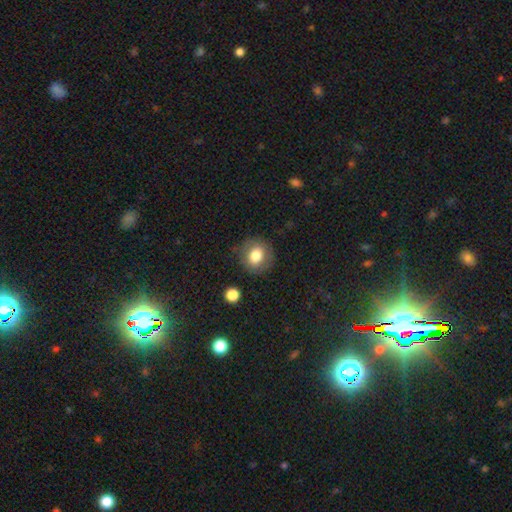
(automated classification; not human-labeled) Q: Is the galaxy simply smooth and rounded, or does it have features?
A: smooth — 77%.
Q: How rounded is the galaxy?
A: round — 82%.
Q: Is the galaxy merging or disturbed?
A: none — 83%.